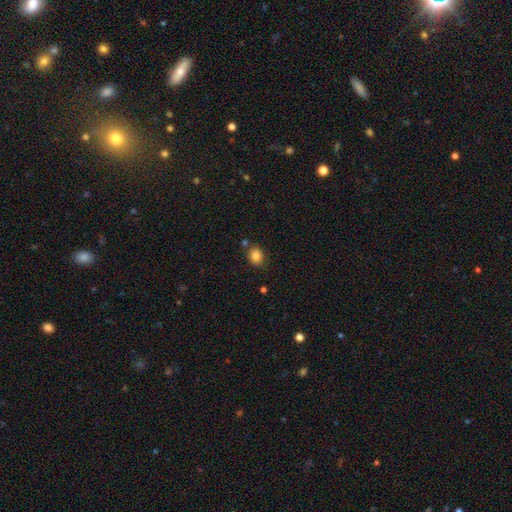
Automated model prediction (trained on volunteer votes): smooth-or-featured: smooth: 85% | star or artifact: 10% | featured or disk: 5%
  how-rounded: round: 54% | in between: 45% | cigar-shaped: 1%
  merging: none: 78% | minor disturbance: 12% | merger: 7% | major disturbance: 3%